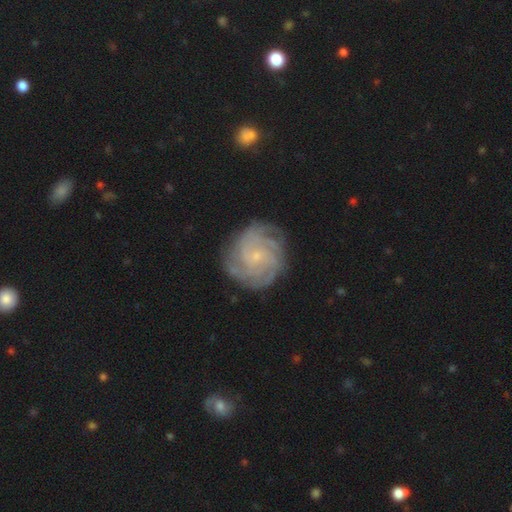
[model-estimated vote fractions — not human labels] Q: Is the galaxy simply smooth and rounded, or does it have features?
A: featured or disk — 84%.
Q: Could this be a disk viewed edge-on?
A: no — 98%.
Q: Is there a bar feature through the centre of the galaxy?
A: no — 70%.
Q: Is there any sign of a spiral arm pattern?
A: yes — 97%.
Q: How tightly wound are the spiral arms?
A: tight — 74%.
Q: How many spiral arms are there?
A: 4 — 28%.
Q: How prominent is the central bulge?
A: small — 80%.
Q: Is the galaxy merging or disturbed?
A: none — 81%.